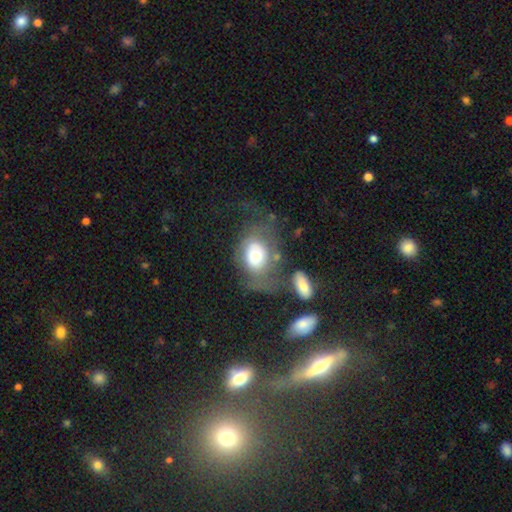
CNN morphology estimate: smooth 57%, featured or disk 35%, star or artifact 8%. Down the decision tree: how rounded — in between (63%); merging — major disturbance (35%).